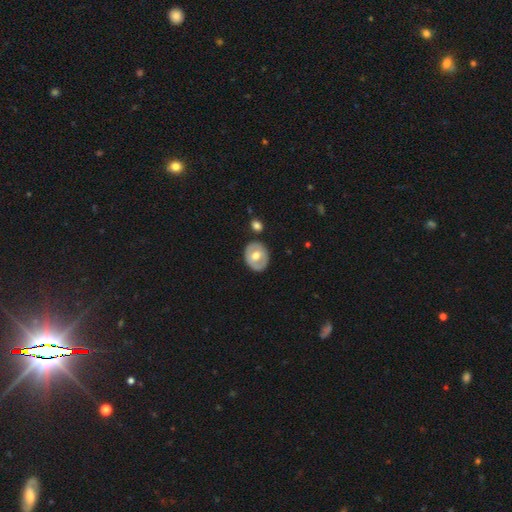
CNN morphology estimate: Smooth or featured: smooth — 53% (featured or disk — 42%)
How rounded: round — 53% (in between — 46%)
Merging: none — 80% (minor disturbance — 12%)